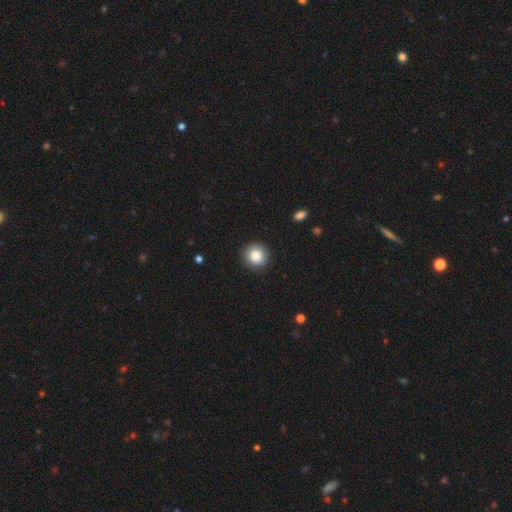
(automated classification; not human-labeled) The model was most divided on "smooth or featured": smooth: 84%, star or artifact: 9%, featured or disk: 7%. More confident: how rounded — round (92%); merging — none (91%).